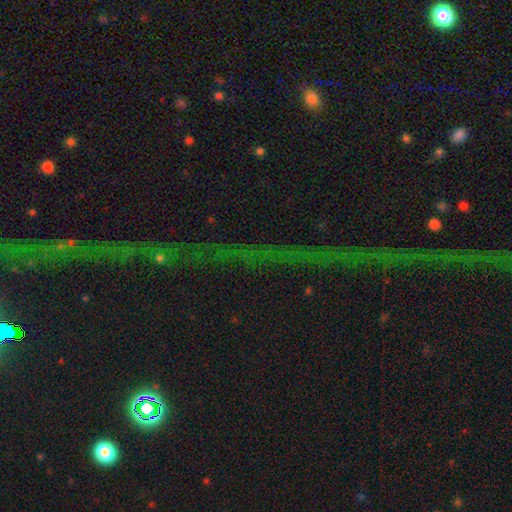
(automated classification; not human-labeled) Smooth or featured?
  - star or artifact: 77% *
  - featured or disk: 14%
  - smooth: 10%